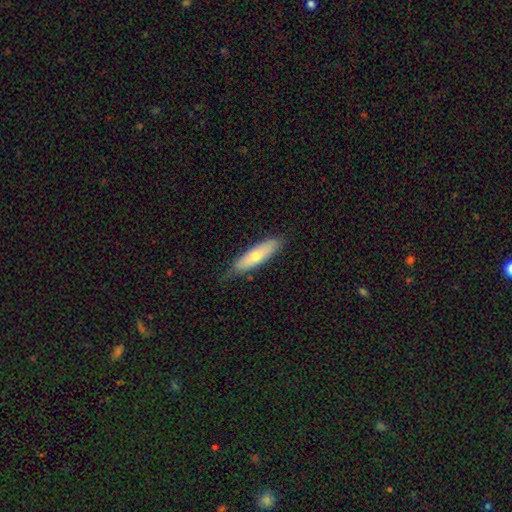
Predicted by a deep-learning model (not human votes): Smooth or featured? Predicted: smooth (p=0.65). How rounded? Predicted: cigar-shaped (p=0.61). Merging? Predicted: none (p=0.76).